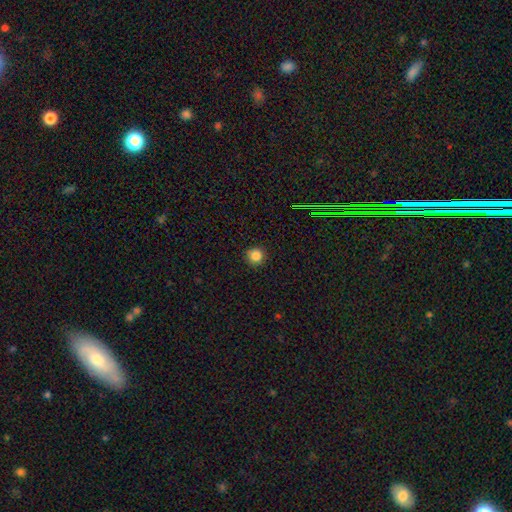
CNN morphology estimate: smooth-or-featured: smooth: 83% | star or artifact: 13% | featured or disk: 4%
  how-rounded: round: 94% | in between: 5% | cigar-shaped: 1%
  merging: none: 90% | minor disturbance: 7% | major disturbance: 2% | merger: 1%